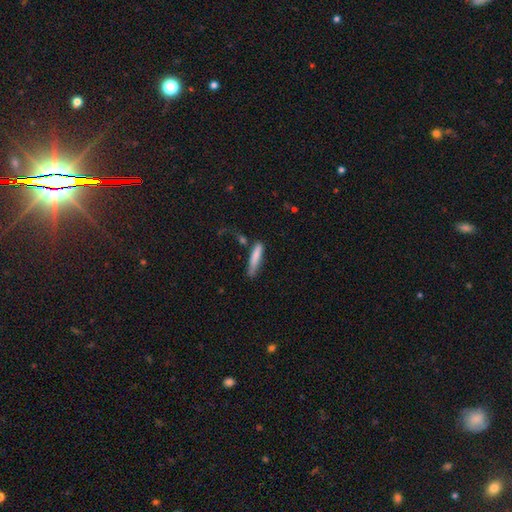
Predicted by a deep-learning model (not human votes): smooth-or-featured: smooth: 79% | featured or disk: 15% | star or artifact: 6%
  how-rounded: cigar-shaped: 86% | in between: 12% | round: 1%
  merging: none: 60% | minor disturbance: 24% | major disturbance: 9% | merger: 8%